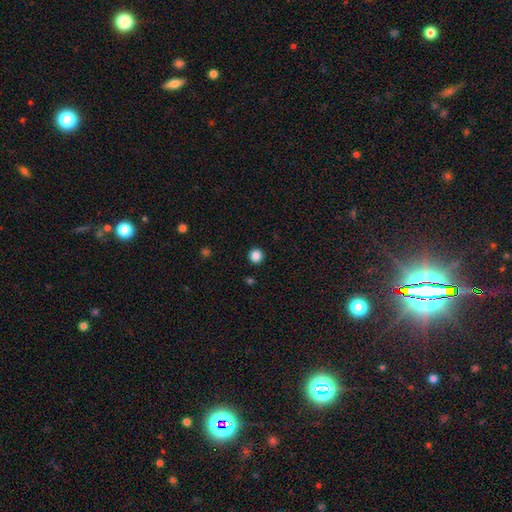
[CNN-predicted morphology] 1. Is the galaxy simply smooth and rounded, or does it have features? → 86% smooth, 11% star or artifact, 3% featured or disk.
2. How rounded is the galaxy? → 95% round, 4% in between, 1% cigar-shaped.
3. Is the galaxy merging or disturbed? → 93% none, 4% minor disturbance, 2% major disturbance, 1% merger.